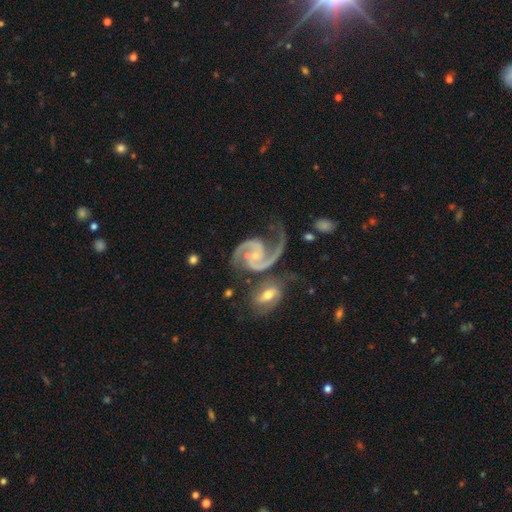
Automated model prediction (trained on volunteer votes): A featured or disk galaxy (93%) with no bar (58%), 2 (91%) medium (60%) spiral arms (98%) and a small central bulge (72%). Merging: none (48%).